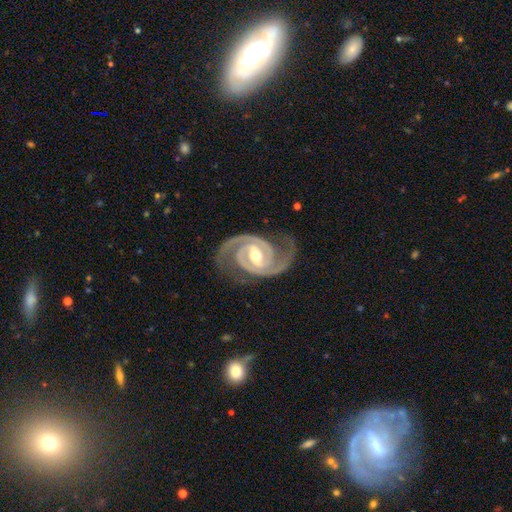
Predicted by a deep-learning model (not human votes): Smooth or featured? featured or disk (95%)
Edge-on disk? no (98%)
Bar? weak (43%)
Spiral arms? yes (99%)
Spiral winding? tight (50%)
Spiral arm count? 2 (92%)
Bulge size? moderate (71%)
Merging? none (79%)